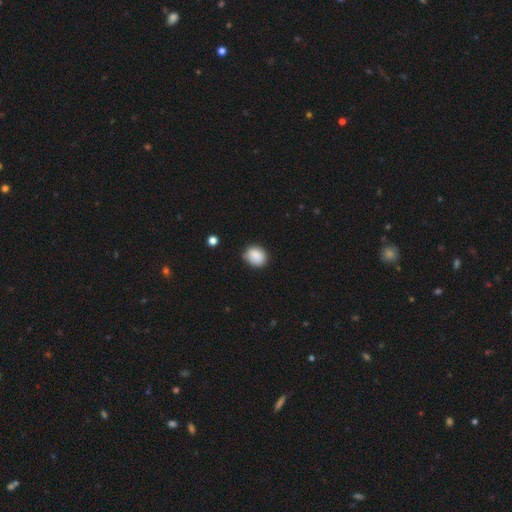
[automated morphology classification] smooth_or_featured: smooth (p=0.88) [alt: star or artifact p=0.08]
how_rounded: round (p=0.52) [alt: in between p=0.47]
merging: none (p=0.77) [alt: minor disturbance p=0.19]